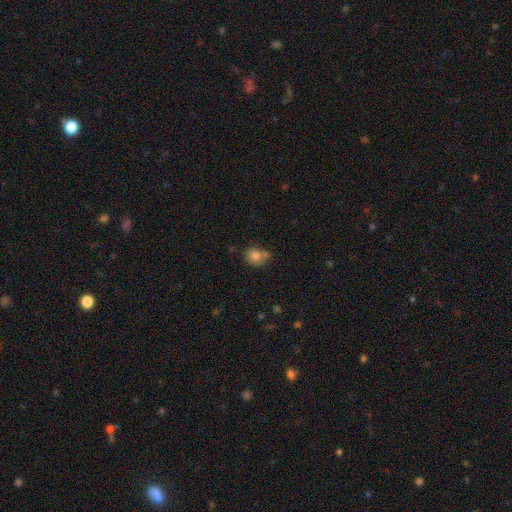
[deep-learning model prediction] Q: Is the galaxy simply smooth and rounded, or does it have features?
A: smooth — 79%.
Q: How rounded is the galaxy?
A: round — 68%.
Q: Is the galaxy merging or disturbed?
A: none — 53%.